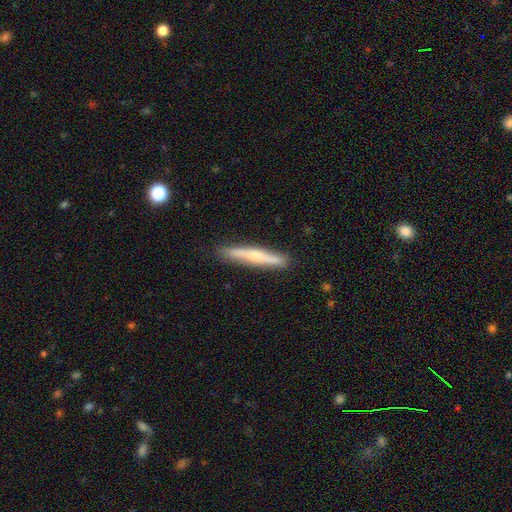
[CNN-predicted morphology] Overall: featured or disk (48%; smooth 46%). Merging: none (88%).